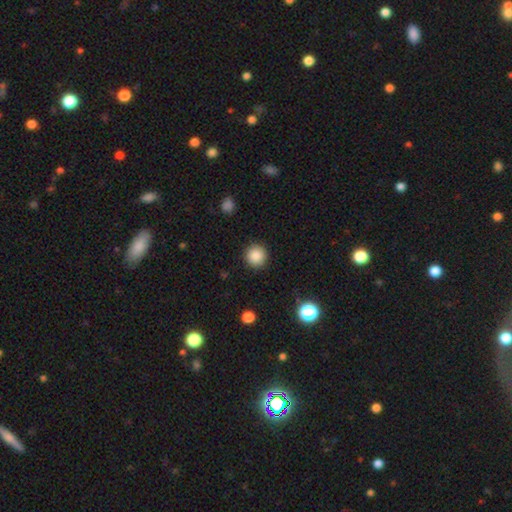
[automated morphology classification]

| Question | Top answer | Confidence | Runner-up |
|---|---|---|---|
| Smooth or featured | smooth | 87% | star or artifact (10%) |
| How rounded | round | 95% | in between (4%) |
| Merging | none | 91% | minor disturbance (6%) |